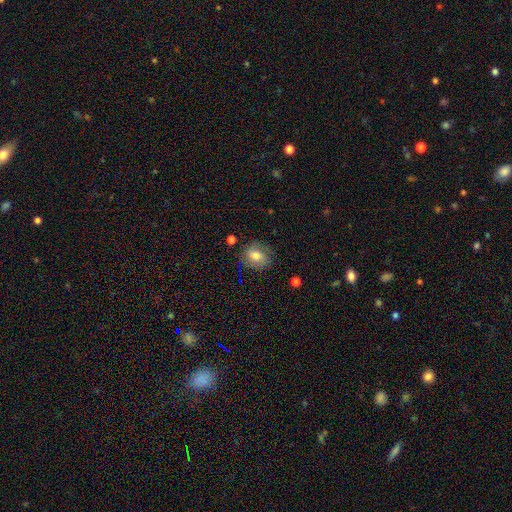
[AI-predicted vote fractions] Smooth or featured? smooth (62%)
How rounded? round (54%)
Merging? none (72%)